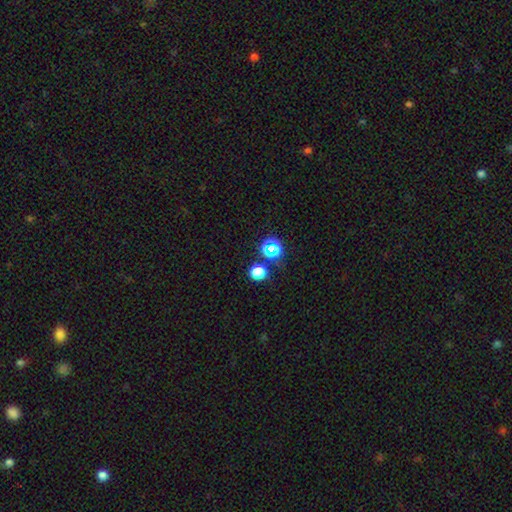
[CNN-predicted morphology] A star or artifact, not a galaxy (47%).

Vote fractions:
- Smooth or featured? star or artifact: 47% / smooth: 44% / featured or disk: 9%